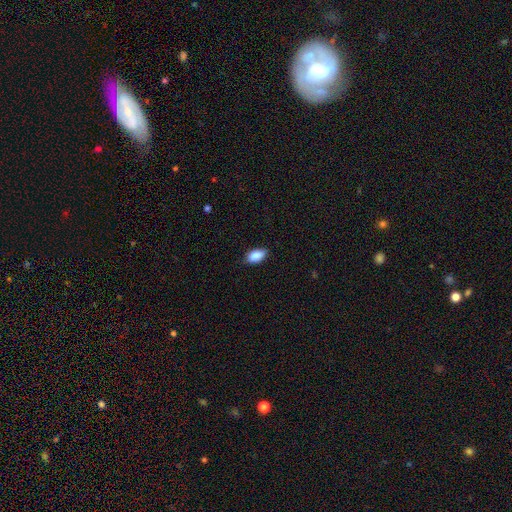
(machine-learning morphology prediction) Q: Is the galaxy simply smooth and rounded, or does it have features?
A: smooth — 87%.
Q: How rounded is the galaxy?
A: in between — 92%.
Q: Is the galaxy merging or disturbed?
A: none — 80%.